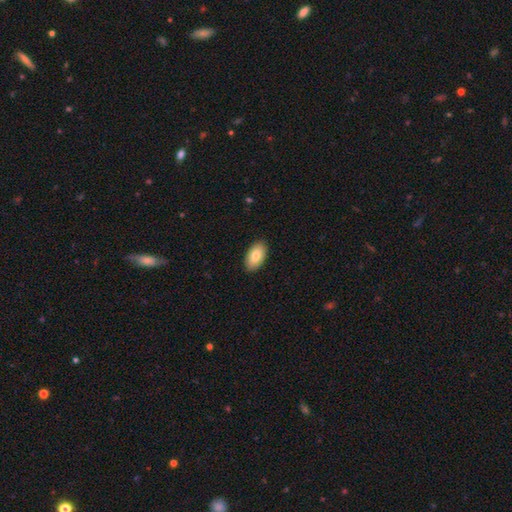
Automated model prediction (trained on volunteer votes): Morphology: type=smooth (82%); roundness=in between (95%); merging=none (88%).